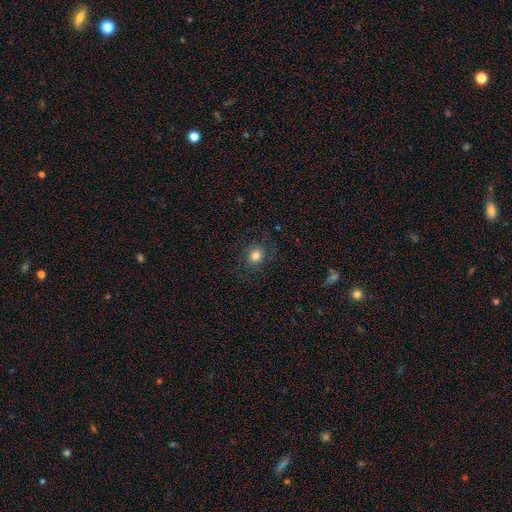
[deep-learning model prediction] Smooth or featured?
  - smooth: 72% *
  - featured or disk: 16%
  - star or artifact: 12%
How rounded?
  - round: 78% *
  - in between: 21%
  - cigar-shaped: 1%
Merging?
  - none: 80% *
  - minor disturbance: 12%
  - major disturbance: 7%
  - merger: 1%